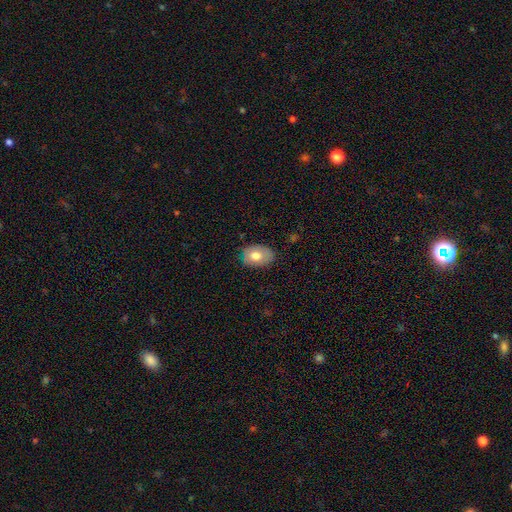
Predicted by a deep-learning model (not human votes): smooth-or-featured: smooth: 75% | featured or disk: 18% | star or artifact: 7%
  how-rounded: in between: 80% | round: 19% | cigar-shaped: 1%
  merging: none: 76% | minor disturbance: 19% | major disturbance: 4% | merger: 1%